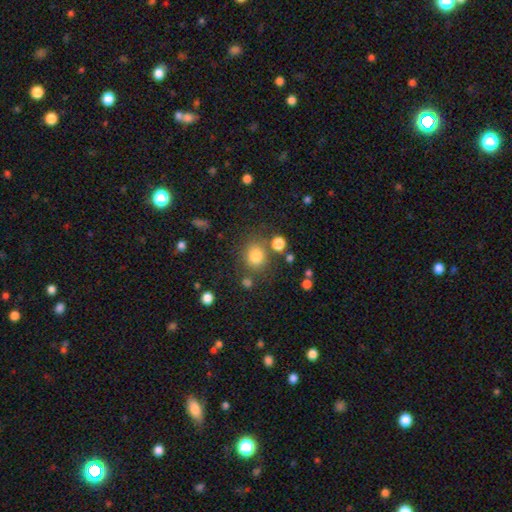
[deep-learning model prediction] A smooth galaxy with no disk features (80%) that is round (77%). Merging: none (76%).